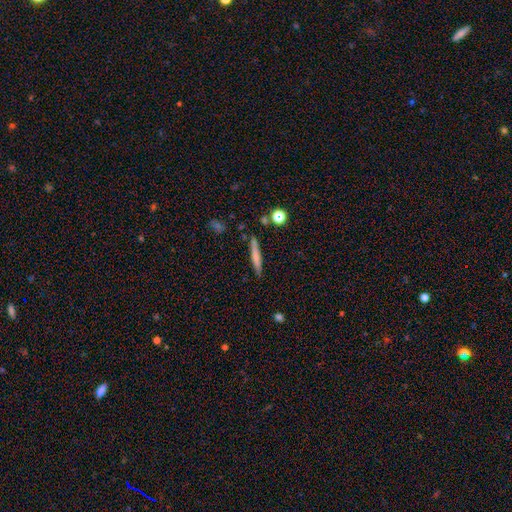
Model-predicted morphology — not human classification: smooth 65%, featured or disk 27%, star or artifact 8%. Down the decision tree: how rounded — cigar-shaped (94%); merging — none (86%).